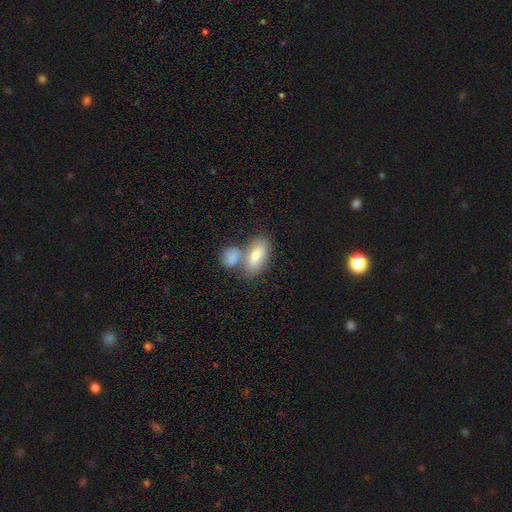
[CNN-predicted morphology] Overall: smooth (76%). How rounded: in between (89%). Merging: merger (44%; none 41%).